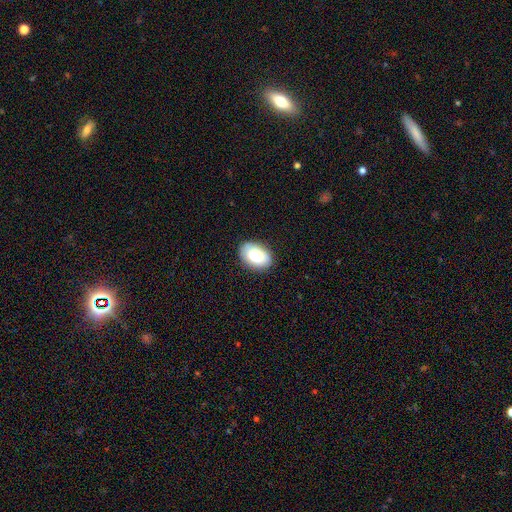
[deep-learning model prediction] The model was most divided on "smooth or featured": smooth: 80%, featured or disk: 13%, star or artifact: 7%. More confident: how rounded — in between (86%); merging — none (85%).